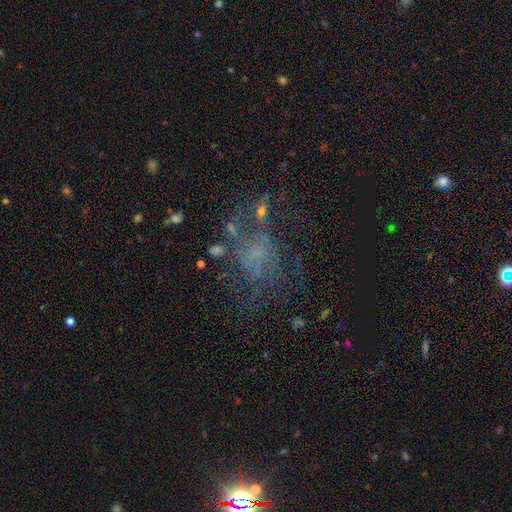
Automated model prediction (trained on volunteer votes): Morphology: type=featured or disk (56%); edge-on=no (98%); bar=no (80%); spiral arms=no (55%); bulge=none (56%); merging=none (44%).